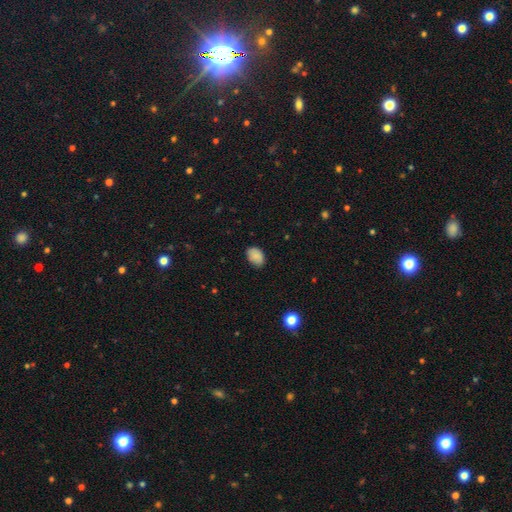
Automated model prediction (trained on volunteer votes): Morphology: type=smooth (87%); roundness=in between (82%); merging=none (80%).